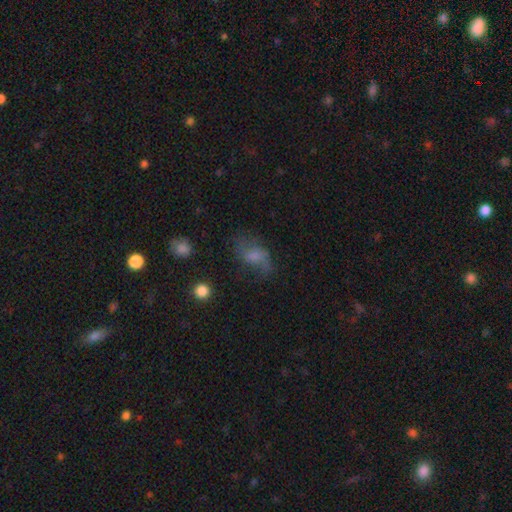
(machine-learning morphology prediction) A smooth galaxy with no disk features (44%).

Vote fractions:
- Smooth or featured? smooth: 44% / featured or disk: 41% / star or artifact: 15%
- Merging? none: 56% / minor disturbance: 24% / major disturbance: 18% / merger: 3%